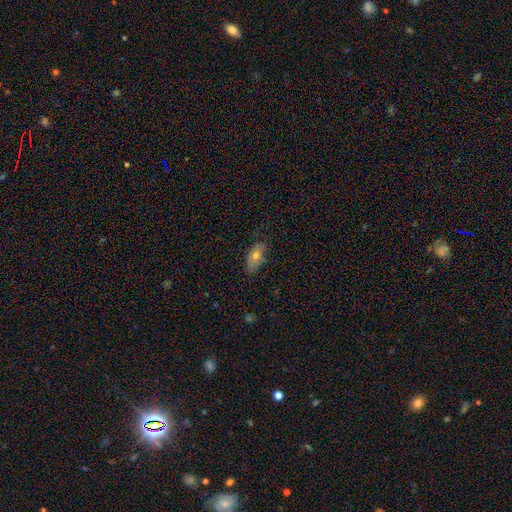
Volunteers were most divided on "merging": none: 67%, minor disturbance: 33%, major disturbance: 0%, merger: 0%. More confident: how rounded — in between (96%); smooth or featured — smooth (64%).